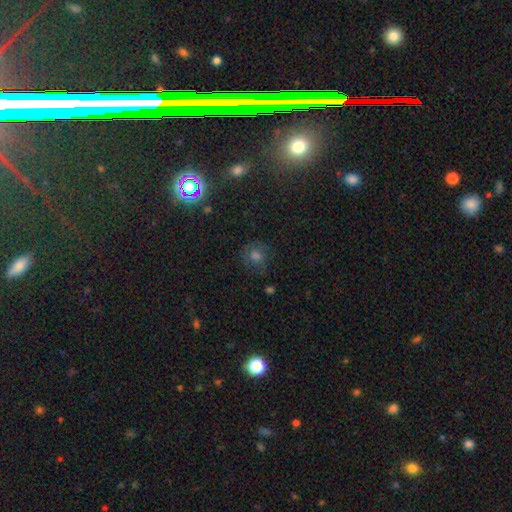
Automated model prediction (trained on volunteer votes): This appears to be a smooth galaxy with no disk features (48%). Merging: none (75%).